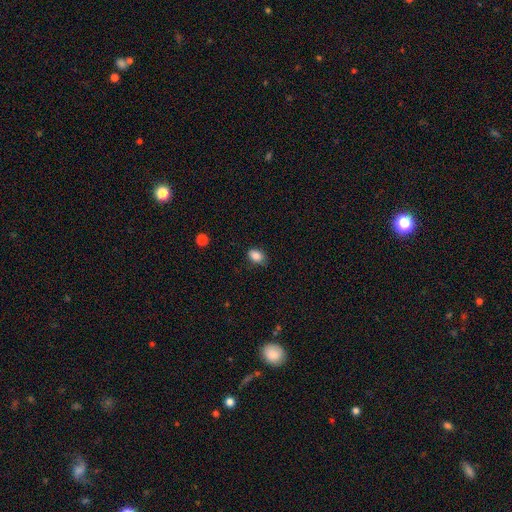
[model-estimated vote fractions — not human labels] smooth_or_featured: smooth (p=0.87) [alt: star or artifact p=0.09]
how_rounded: in between (p=0.77) [alt: round p=0.21]
merging: none (p=0.77) [alt: minor disturbance p=0.19]